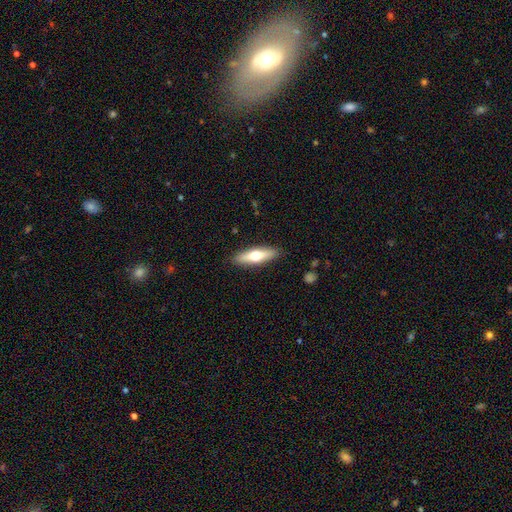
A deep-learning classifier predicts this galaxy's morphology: type=smooth (56%); roundness=cigar-shaped (62%); merging=none (89%).